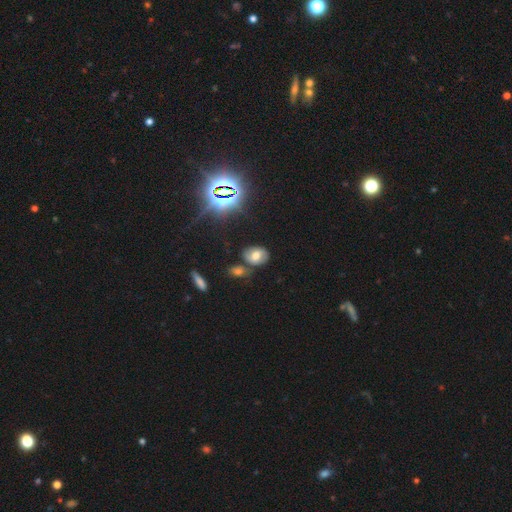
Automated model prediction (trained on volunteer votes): A smooth galaxy with no disk features (53%) that is in between round and cigar-shaped (69%).

Vote fractions:
- Smooth or featured? smooth: 53% / featured or disk: 27% / star or artifact: 20%
- How rounded? in between: 69% / round: 30% / cigar-shaped: 2%
- Merging? none: 66% / minor disturbance: 15% / merger: 14% / major disturbance: 5%